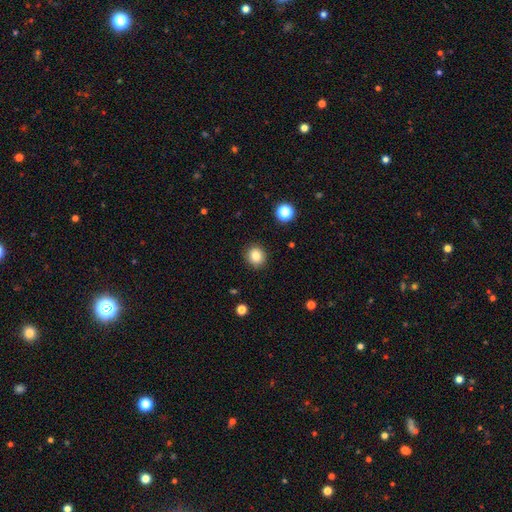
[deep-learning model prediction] Smooth or featured? smooth (84%)
How rounded? round (84%)
Merging? none (89%)